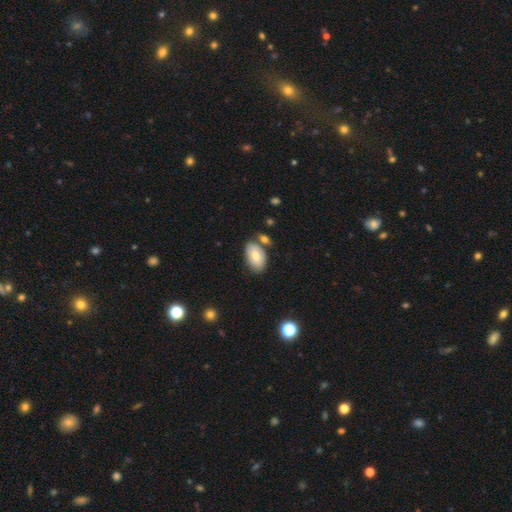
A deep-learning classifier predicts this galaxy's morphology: A smooth galaxy with no disk features (71%) that is in between round and cigar-shaped (93%).

Vote fractions:
- Smooth or featured? smooth: 71% / featured or disk: 22% / star or artifact: 7%
- How rounded? in between: 93% / round: 6% / cigar-shaped: 2%
- Merging? none: 65% / minor disturbance: 17% / merger: 13% / major disturbance: 4%